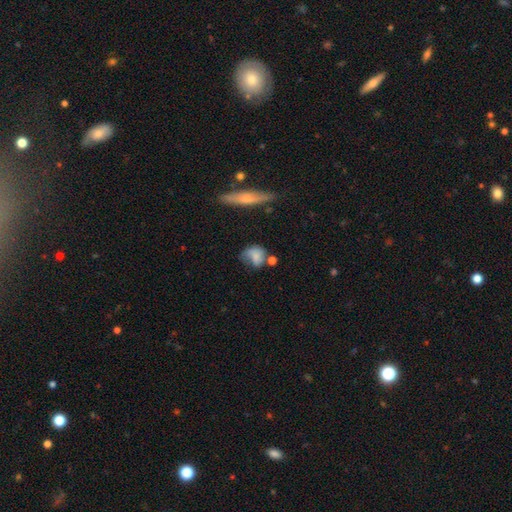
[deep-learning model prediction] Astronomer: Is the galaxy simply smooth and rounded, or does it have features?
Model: smooth — 66%.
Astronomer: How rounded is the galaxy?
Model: in between — 52% (runner-up: round, 44%).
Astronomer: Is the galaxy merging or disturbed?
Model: none — 35% (runner-up: minor disturbance, 30%).